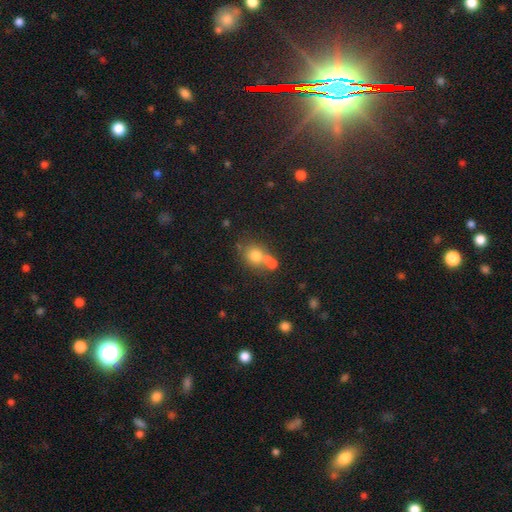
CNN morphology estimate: Smooth or featured?
  - smooth: 72% *
  - featured or disk: 15%
  - star or artifact: 13%
How rounded?
  - round: 73% *
  - in between: 26%
  - cigar-shaped: 1%
Merging?
  - none: 46% *
  - merger: 38%
  - minor disturbance: 11%
  - major disturbance: 5%